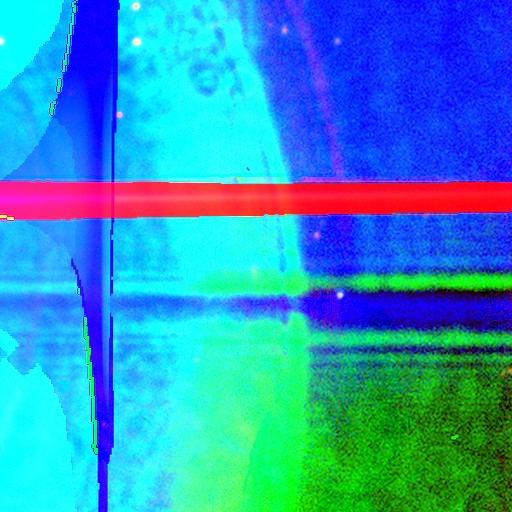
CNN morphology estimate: Smooth or featured: star or artifact — 86% (featured or disk — 8%)